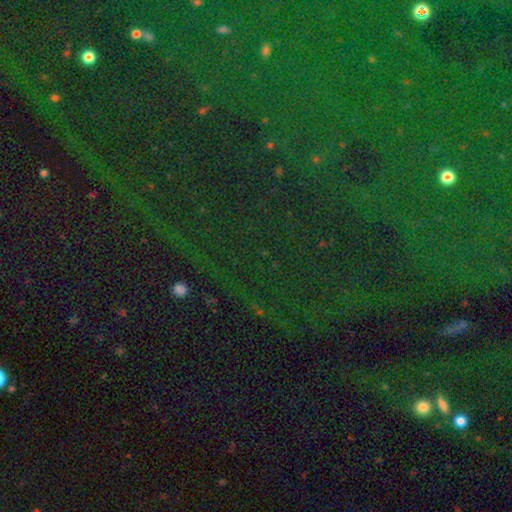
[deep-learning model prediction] This is clearly a star or artifact rather than a galaxy (82%).